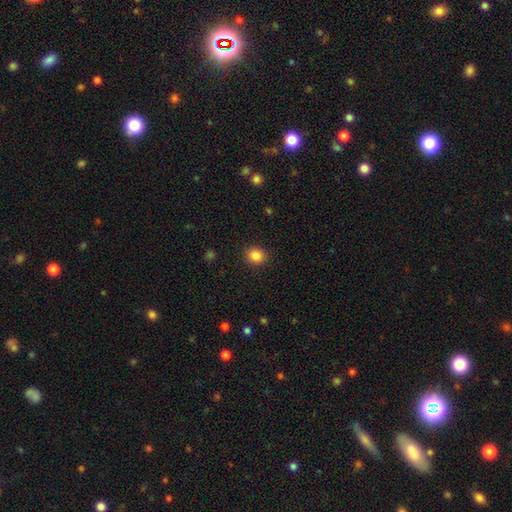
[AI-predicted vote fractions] This is clearly a smooth galaxy (86%). How rounded: clearly round (81%). Merging: clearly none (90%).